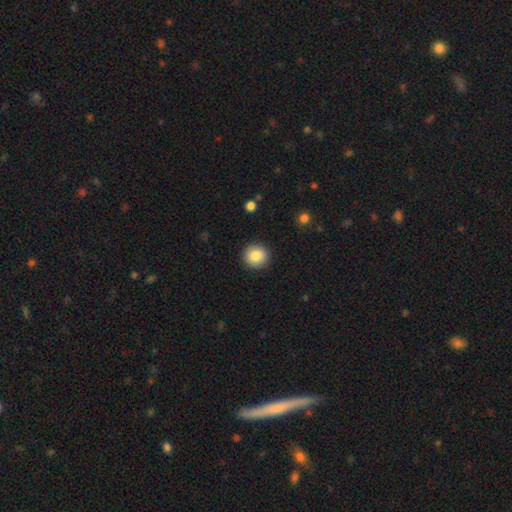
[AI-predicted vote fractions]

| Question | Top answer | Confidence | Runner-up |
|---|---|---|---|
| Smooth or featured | smooth | 86% | star or artifact (8%) |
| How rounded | round | 92% | in between (7%) |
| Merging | none | 91% | minor disturbance (6%) |